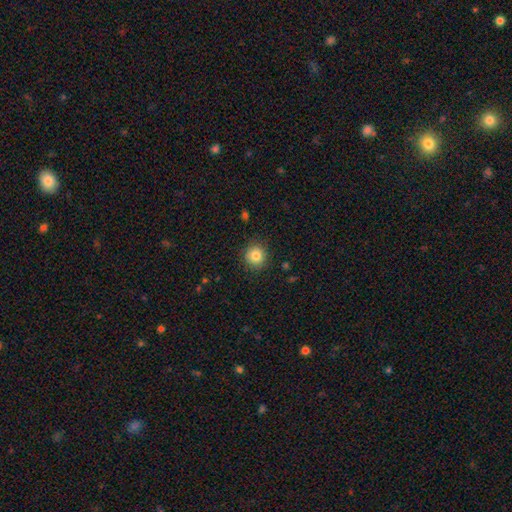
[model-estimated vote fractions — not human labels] Smooth or featured? smooth (83%)
How rounded? round (92%)
Merging? none (89%)